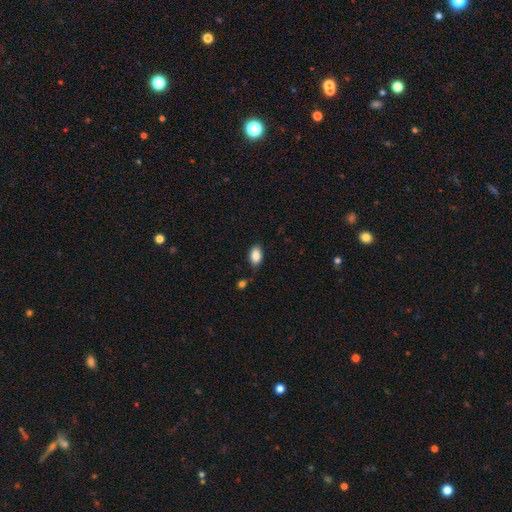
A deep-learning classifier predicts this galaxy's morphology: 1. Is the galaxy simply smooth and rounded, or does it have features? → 88% smooth, 8% star or artifact, 5% featured or disk.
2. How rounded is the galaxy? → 91% in between, 7% round, 2% cigar-shaped.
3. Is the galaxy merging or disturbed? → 79% none, 16% minor disturbance, 3% merger, 3% major disturbance.